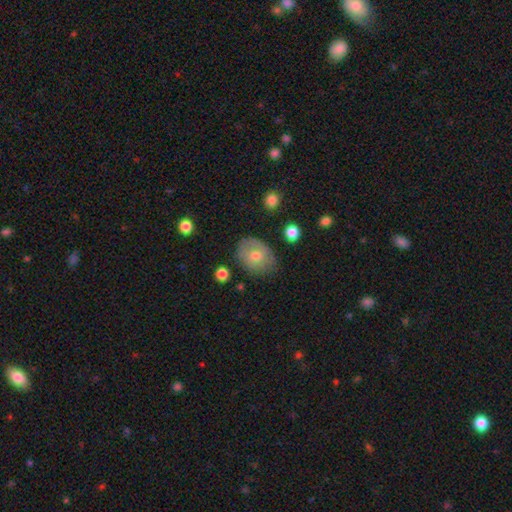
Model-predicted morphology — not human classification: Smooth or featured?
  - smooth: 61% *
  - featured or disk: 31%
  - star or artifact: 8%
How rounded?
  - in between: 60% *
  - round: 39%
  - cigar-shaped: 1%
Merging?
  - none: 69% *
  - minor disturbance: 23%
  - major disturbance: 6%
  - merger: 2%